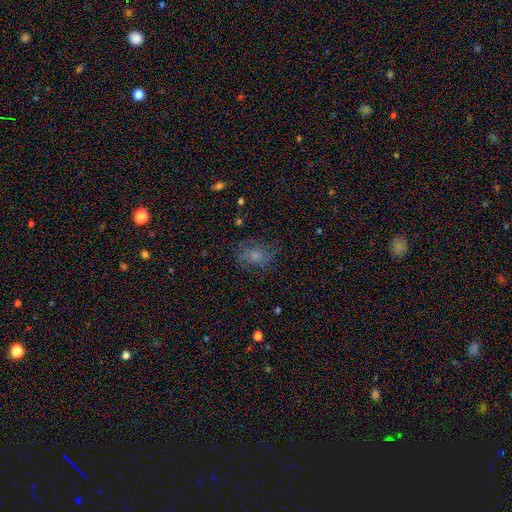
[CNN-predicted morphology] A smooth galaxy with no disk features (50%) that is in between round and cigar-shaped (52%). Merging: none (62%).